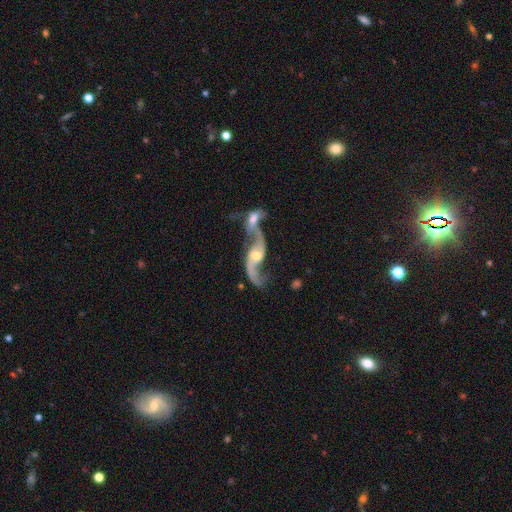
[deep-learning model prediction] A featured or disk galaxy (89%) with no bar (42%), 2 (90%) loose (81%) spiral arms (95%) and a moderate central bulge (57%). Merging: merger (65%).